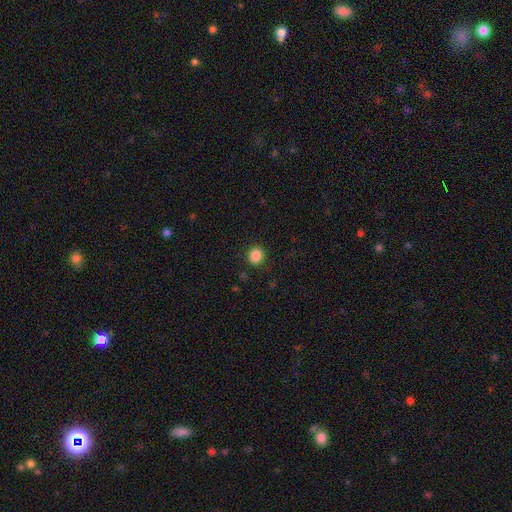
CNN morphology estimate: This appears to be a smooth galaxy with no disk features (86%) that is round (82%). Merging: none (89%).